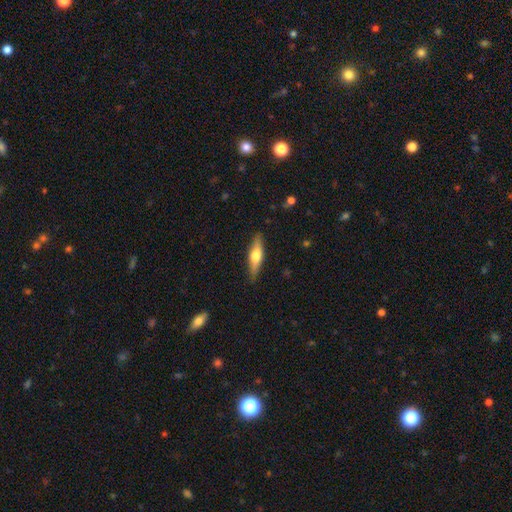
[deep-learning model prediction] Overall: smooth (49%; featured or disk 46%). Merging: none (86%).